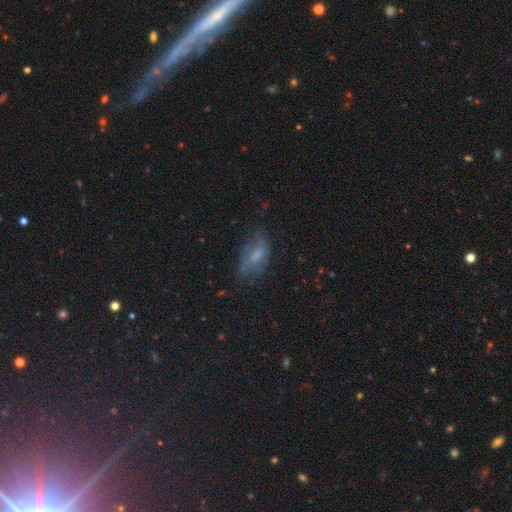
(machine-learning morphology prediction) Smooth or featured?
  - smooth: 58% *
  - featured or disk: 29%
  - star or artifact: 14%
How rounded?
  - in between: 87% *
  - cigar-shaped: 7%
  - round: 6%
Merging?
  - none: 48% *
  - minor disturbance: 29%
  - major disturbance: 20%
  - merger: 2%